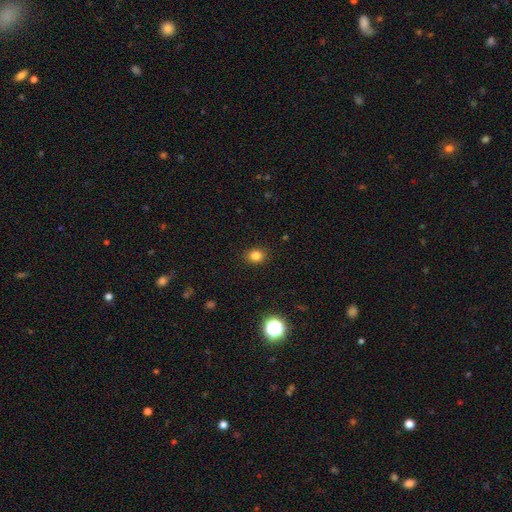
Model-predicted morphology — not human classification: type=smooth (82%); roundness=round (61%); merging=none (90%).